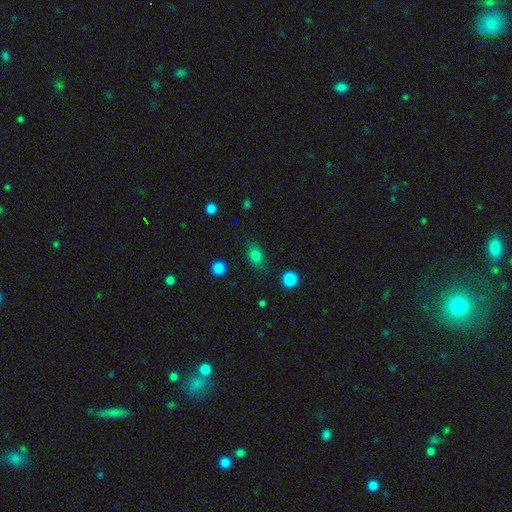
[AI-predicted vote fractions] The model was most divided on "how rounded": in between: 74%, round: 21%, cigar-shaped: 5%. More confident: merging — none (81%); smooth or featured — smooth (80%).